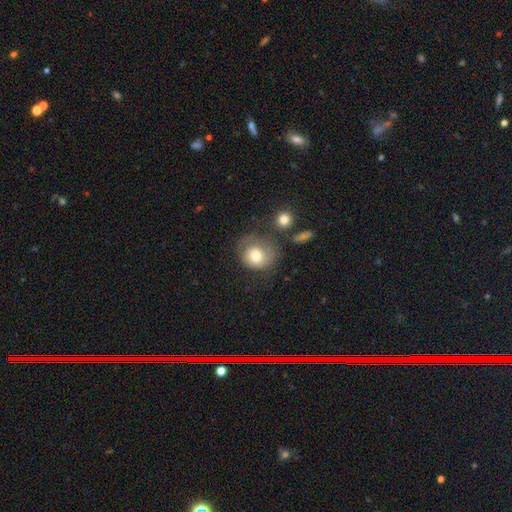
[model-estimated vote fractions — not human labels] This appears to be a smooth galaxy with no disk features (72%) that is round (74%). Merging: none (41%).